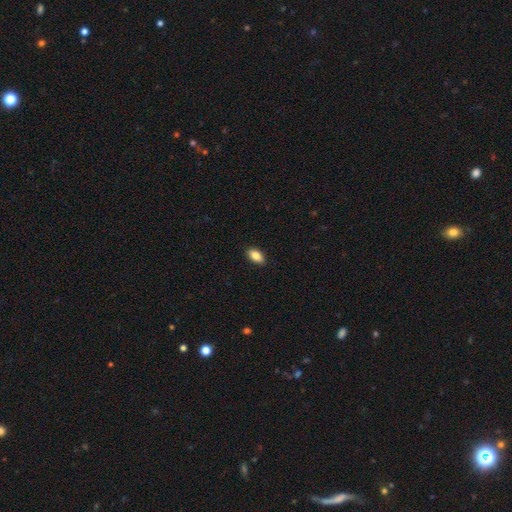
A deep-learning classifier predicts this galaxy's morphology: Smooth or featured? Predicted: smooth (p=0.85). How rounded? Predicted: in between (p=0.91). Merging? Predicted: none (p=0.90).